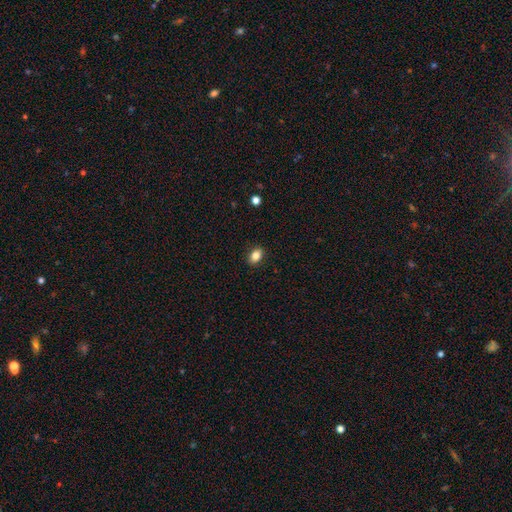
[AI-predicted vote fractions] Smooth or featured?
  - smooth: 84% *
  - star or artifact: 9%
  - featured or disk: 7%
How rounded?
  - in between: 79% *
  - round: 19%
  - cigar-shaped: 2%
Merging?
  - none: 89% *
  - minor disturbance: 8%
  - major disturbance: 2%
  - merger: 1%